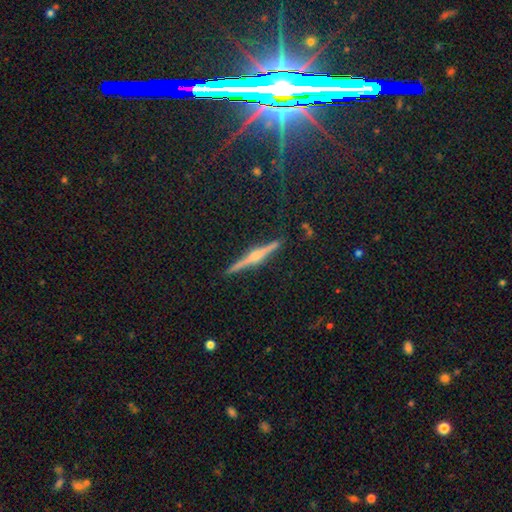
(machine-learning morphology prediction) Q: Smooth or featured?
A: featured or disk (77%); runner-up: smooth (13%)
Q: Edge-on disk?
A: yes (98%); runner-up: no (2%)
Q: Edge-on bulge?
A: rounded (84%); runner-up: boxy (9%)
Q: Merging?
A: none (91%); runner-up: minor disturbance (6%)